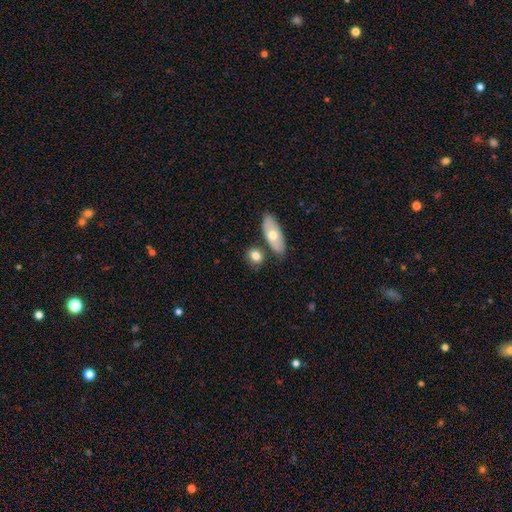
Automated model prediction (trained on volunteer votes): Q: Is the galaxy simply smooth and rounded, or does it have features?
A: smooth — 75%.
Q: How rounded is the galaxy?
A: in between — 62%.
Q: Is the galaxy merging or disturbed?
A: none — 68%.